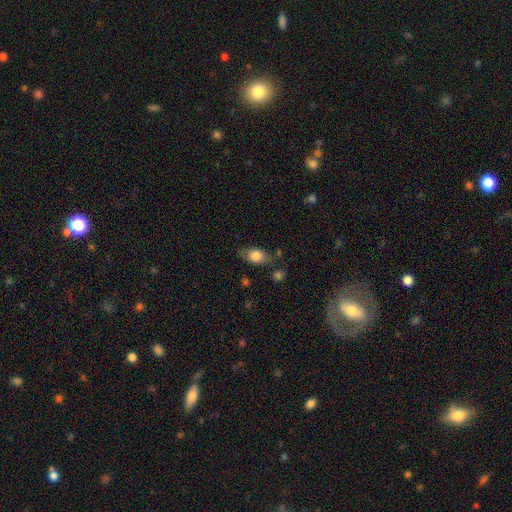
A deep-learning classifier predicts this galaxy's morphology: Q: Smooth or featured?
A: smooth (78%); runner-up: featured or disk (14%)
Q: How rounded?
A: in between (81%); runner-up: round (15%)
Q: Merging?
A: none (67%); runner-up: minor disturbance (21%)